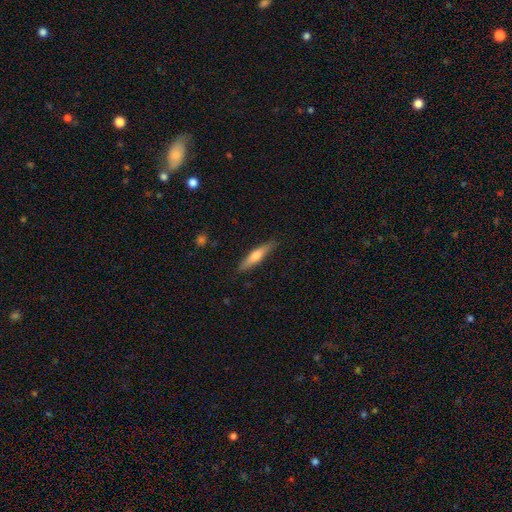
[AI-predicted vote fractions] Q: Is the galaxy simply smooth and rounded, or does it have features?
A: smooth — 57%.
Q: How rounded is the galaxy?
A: cigar-shaped — 85%.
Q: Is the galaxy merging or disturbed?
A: none — 87%.